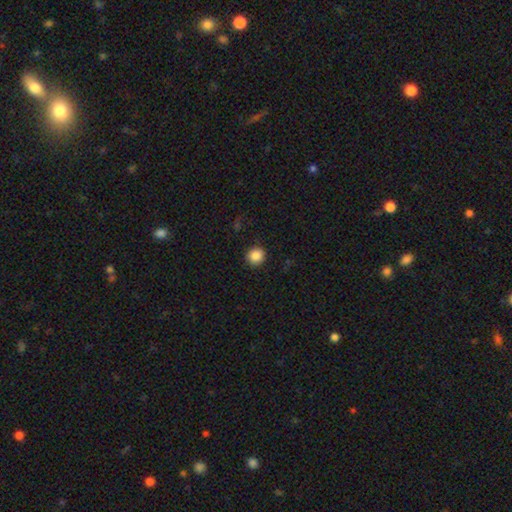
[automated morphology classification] type=smooth (87%); roundness=round (90%); merging=none (89%).